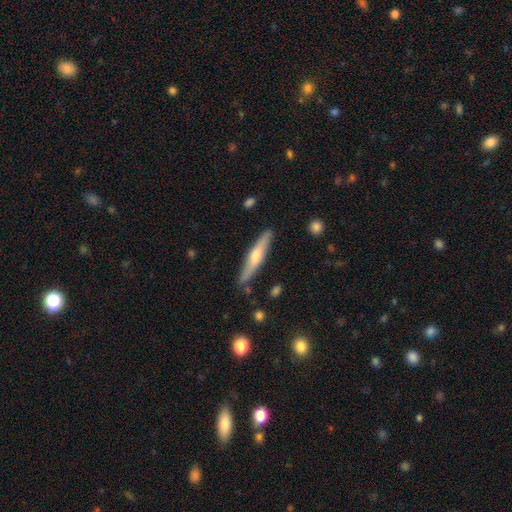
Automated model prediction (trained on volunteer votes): smooth-or-featured: featured or disk: 53% | smooth: 41% | star or artifact: 6%
  disk-edge-on: yes: 93% | no: 7%
  merging: none: 86% | minor disturbance: 10% | major disturbance: 2% | merger: 2%